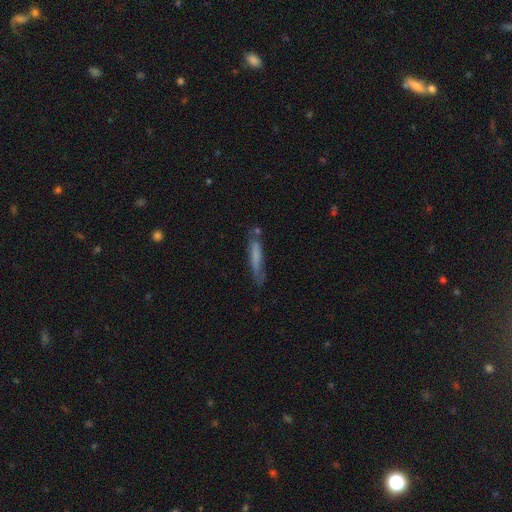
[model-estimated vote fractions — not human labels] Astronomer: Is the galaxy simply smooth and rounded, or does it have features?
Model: smooth — 64%.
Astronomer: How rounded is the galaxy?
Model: cigar-shaped — 91%.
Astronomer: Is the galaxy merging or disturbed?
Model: none — 66%.